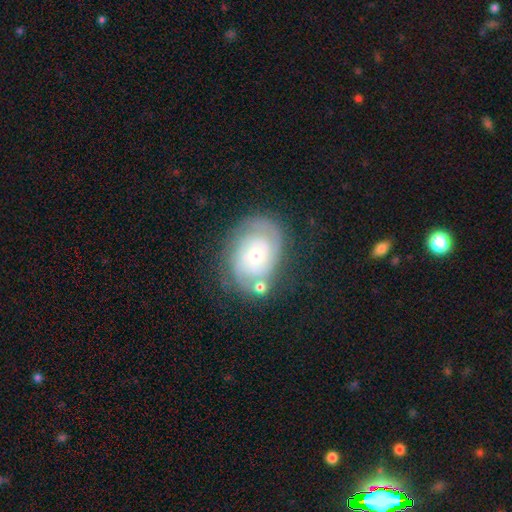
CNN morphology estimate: Smooth or featured?
  - featured or disk: 78% *
  - smooth: 16%
  - star or artifact: 6%
Edge-on disk?
  - no: 97% *
  - yes: 3%
Bar?
  - no: 74% *
  - weak: 21%
  - strong: 4%
Spiral arms?
  - yes: 91% *
  - no: 9%
Spiral winding?
  - tight: 64% *
  - medium: 28%
  - loose: 8%
Spiral arm count?
  - 2: 43% *
  - can't tell: 29%
  - 3: 15%
  - 4: 5%
  - 1: 5%
  - more than 4: 3%
Bulge size?
  - small: 70% *
  - moderate: 26%
  - large: 2%
  - none: 1%
  - dominant: 1%
Merging?
  - none: 66% *
  - minor disturbance: 18%
  - major disturbance: 8%
  - merger: 8%